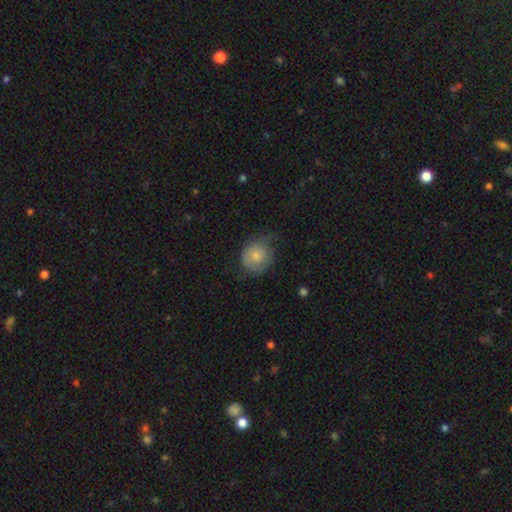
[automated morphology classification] Q: Smooth or featured?
A: smooth (67%); runner-up: featured or disk (26%)
Q: How rounded?
A: round (78%); runner-up: in between (21%)
Q: Merging?
A: none (40%); runner-up: minor disturbance (37%)